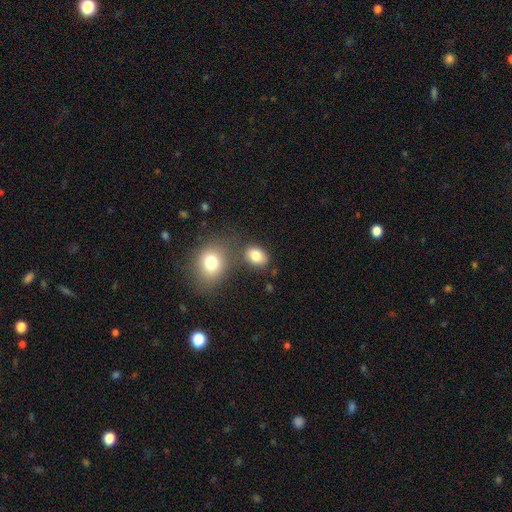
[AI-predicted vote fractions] This is clearly a smooth galaxy (82%). How rounded: likely in between (72%). Merging: likely none (65%).